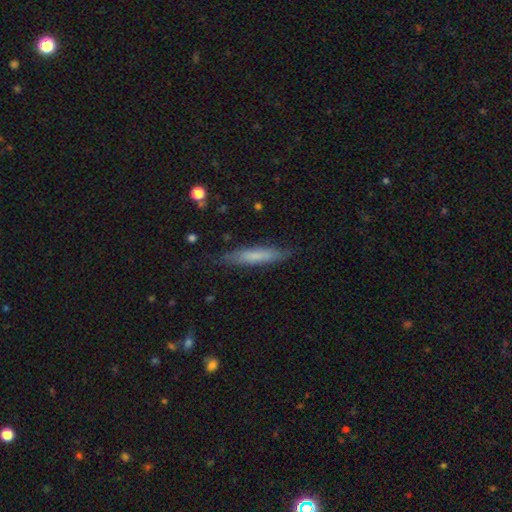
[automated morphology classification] This appears to be a smooth galaxy with no disk features (67%) that is cigar-shaped (88%). Merging: none (80%).